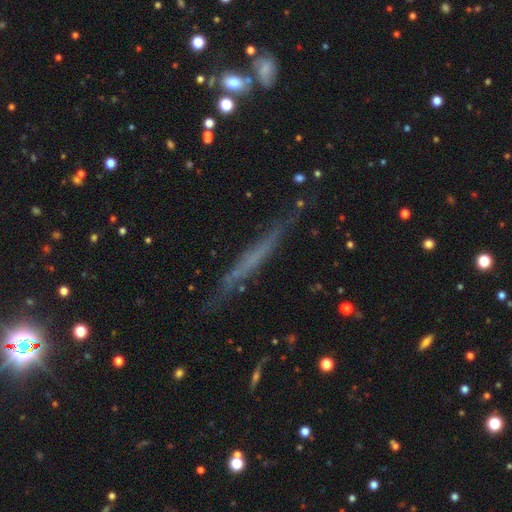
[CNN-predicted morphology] The model was most divided on "smooth or featured": featured or disk: 53%, smooth: 36%, star or artifact: 12%. More confident: edge-on disk — yes (90%); merging — none (78%).